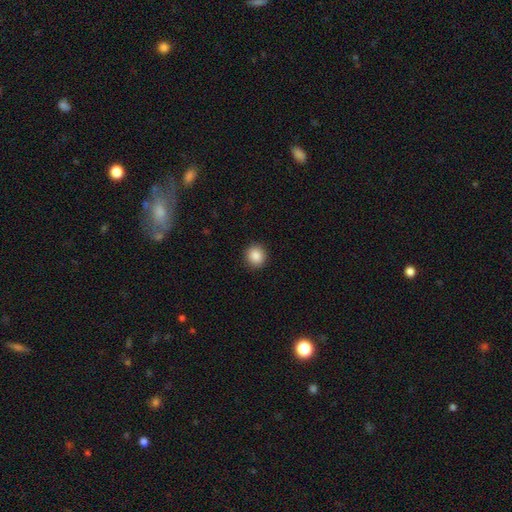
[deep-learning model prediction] Morphology: type=smooth (88%); roundness=round (88%); merging=none (91%).